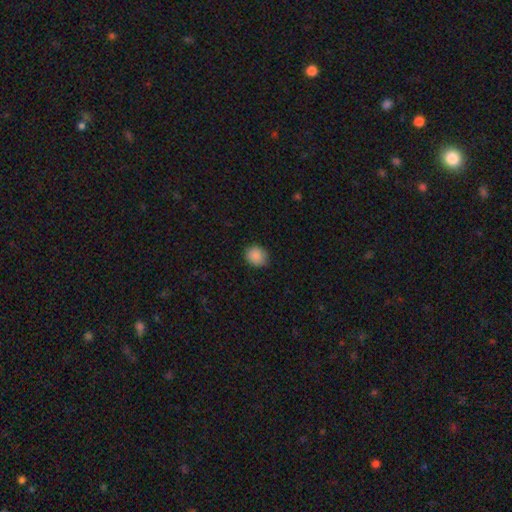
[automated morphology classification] Smooth or featured? Predicted: smooth (p=0.88). How rounded? Predicted: round (p=0.75). Merging? Predicted: none (p=0.86).